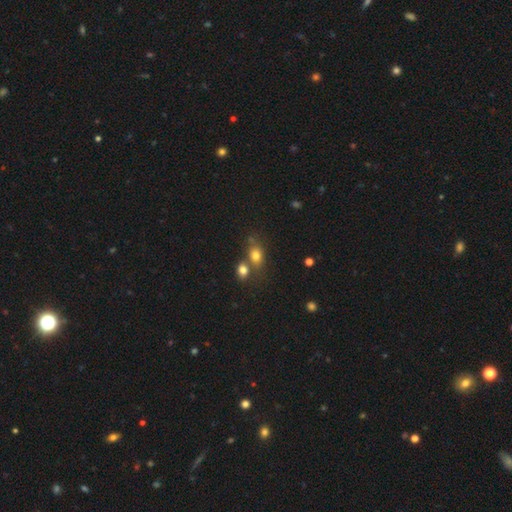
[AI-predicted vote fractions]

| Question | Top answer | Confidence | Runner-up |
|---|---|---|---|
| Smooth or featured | smooth | 77% | star or artifact (13%) |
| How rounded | in between | 61% | round (37%) |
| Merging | none | 47% | merger (37%) |